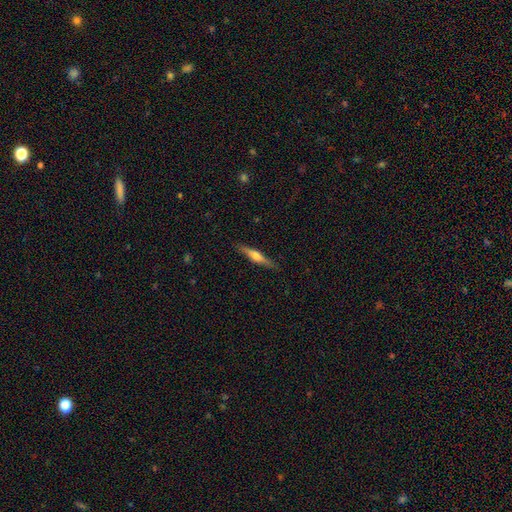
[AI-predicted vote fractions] Q: Smooth or featured?
A: featured or disk (53%); runner-up: smooth (41%)
Q: Edge-on disk?
A: yes (95%); runner-up: no (5%)
Q: Edge-on bulge?
A: rounded (88%); runner-up: none (7%)
Q: Merging?
A: none (88%); runner-up: minor disturbance (9%)